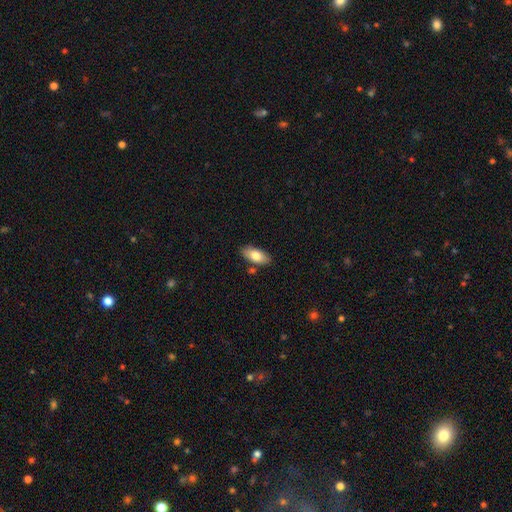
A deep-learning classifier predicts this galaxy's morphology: smooth 78%, featured or disk 15%, star or artifact 7%. Down the decision tree: how rounded — in between (89%); merging — none (82%).